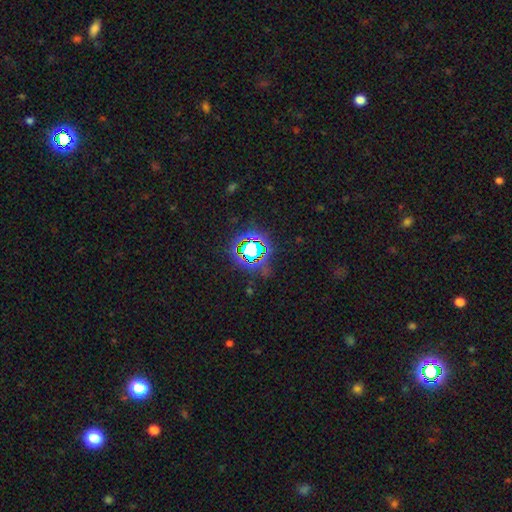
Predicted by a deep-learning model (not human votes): This appears to be a star or artifact, not a galaxy (78%).